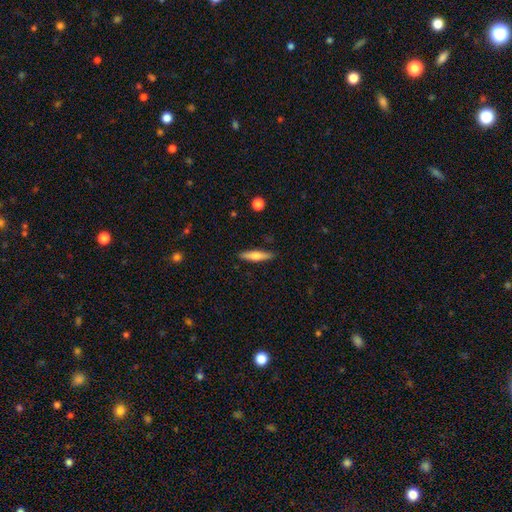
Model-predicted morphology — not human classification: smooth_or_featured: smooth (p=0.59) [alt: featured or disk p=0.35]
how_rounded: cigar-shaped (p=0.81) [alt: in between p=0.17]
merging: none (p=0.88) [alt: minor disturbance p=0.09]